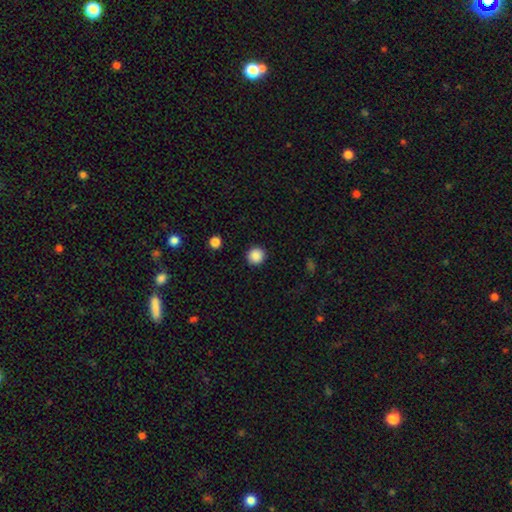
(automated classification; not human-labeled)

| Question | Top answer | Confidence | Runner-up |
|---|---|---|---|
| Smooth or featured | smooth | 87% | star or artifact (10%) |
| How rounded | round | 94% | in between (5%) |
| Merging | none | 92% | minor disturbance (5%) |